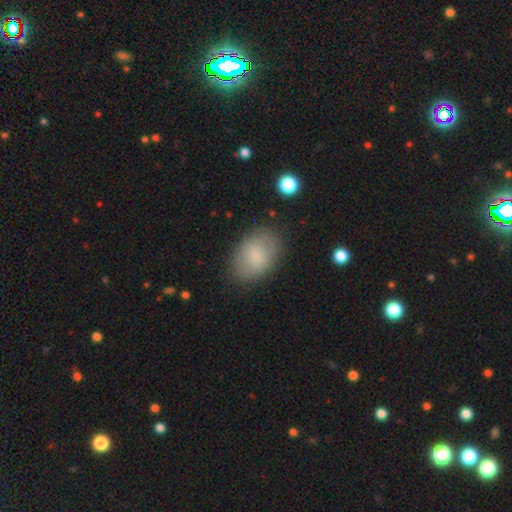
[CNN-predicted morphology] smooth 81%, featured or disk 12%, star or artifact 7%. Down the decision tree: how rounded — in between (87%); merging — none (81%).